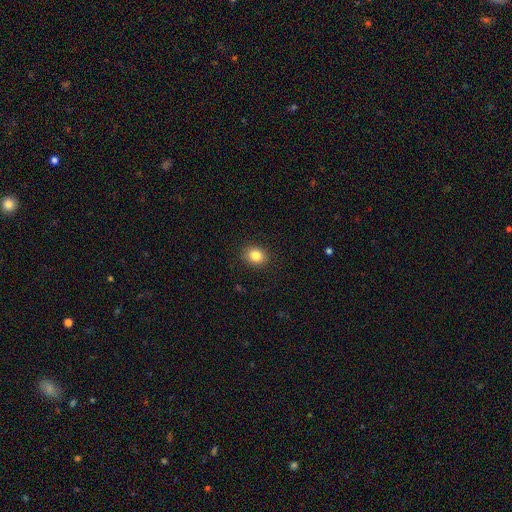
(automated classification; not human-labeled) Smooth or featured?
  - smooth: 83% *
  - star or artifact: 10%
  - featured or disk: 7%
How rounded?
  - round: 59% *
  - in between: 41%
  - cigar-shaped: 1%
Merging?
  - none: 90% *
  - minor disturbance: 7%
  - major disturbance: 2%
  - merger: 1%